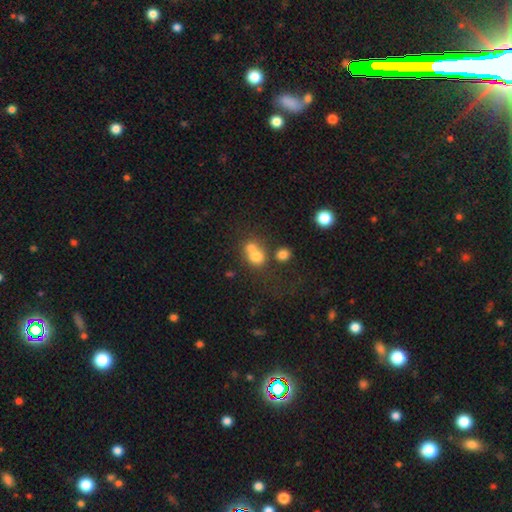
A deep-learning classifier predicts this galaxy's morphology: A smooth galaxy with no disk features (70%) that is round (76%).

Vote fractions:
- Smooth or featured? smooth: 70% / featured or disk: 16% / star or artifact: 14%
- How rounded? round: 76% / in between: 23% / cigar-shaped: 1%
- Merging? merger: 57% / none: 32% / minor disturbance: 7% / major disturbance: 4%